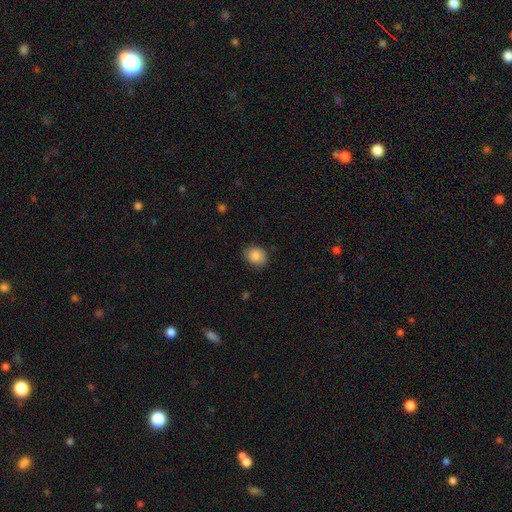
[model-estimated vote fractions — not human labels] A smooth galaxy with no disk features (86%) that is round (55%).

Vote fractions:
- Smooth or featured? smooth: 86% / star or artifact: 8% / featured or disk: 6%
- How rounded? round: 55% / in between: 44% / cigar-shaped: 1%
- Merging? none: 79% / minor disturbance: 16% / major disturbance: 3% / merger: 1%